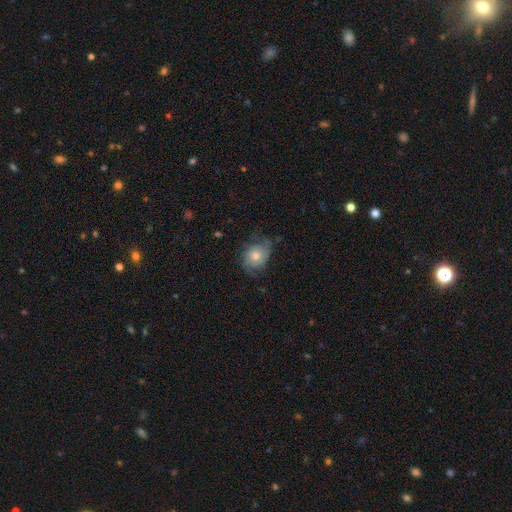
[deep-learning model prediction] Smooth or featured? Predicted: featured or disk (p=0.52). Edge-on disk? Predicted: no (p=0.96). Bar? Predicted: no (p=0.81). Spiral arms? Predicted: yes (p=0.82). Bulge size? Predicted: moderate (p=0.65). Merging? Predicted: none (p=0.58).